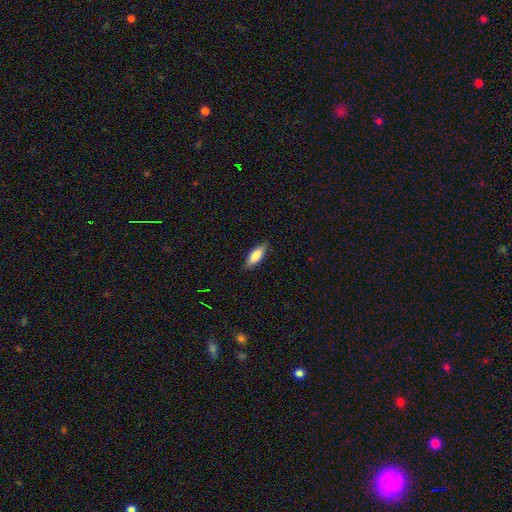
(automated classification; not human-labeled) Smooth or featured? Predicted: smooth (p=0.79). How rounded? Predicted: in between (p=0.67). Merging? Predicted: none (p=0.86).